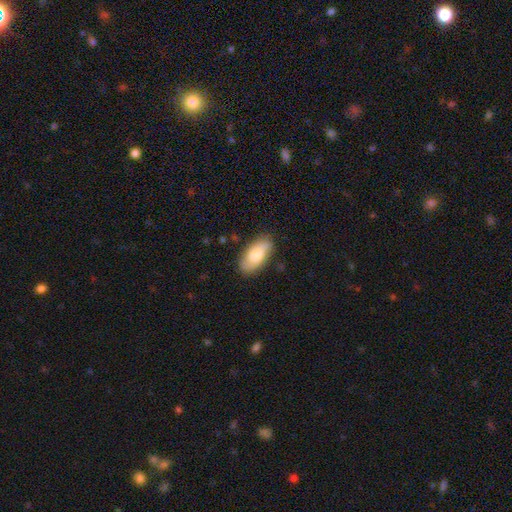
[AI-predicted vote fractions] smooth 66%, featured or disk 27%, star or artifact 7%. Down the decision tree: how rounded — in between (89%); merging — none (79%).